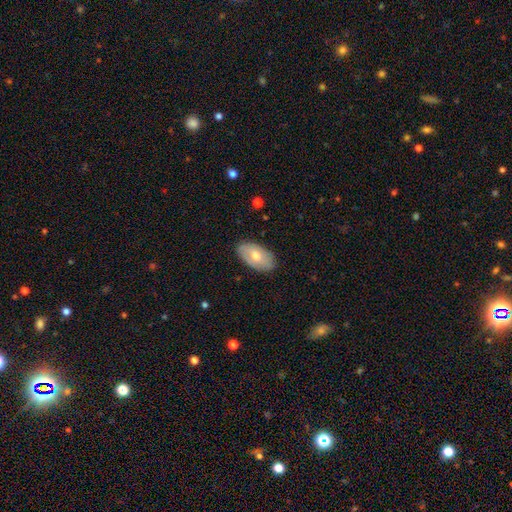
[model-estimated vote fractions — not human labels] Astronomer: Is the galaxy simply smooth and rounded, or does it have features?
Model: smooth — 58% (runner-up: featured or disk, 36%).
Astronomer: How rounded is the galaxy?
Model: in between — 94%.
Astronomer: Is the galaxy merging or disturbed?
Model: none — 84%.